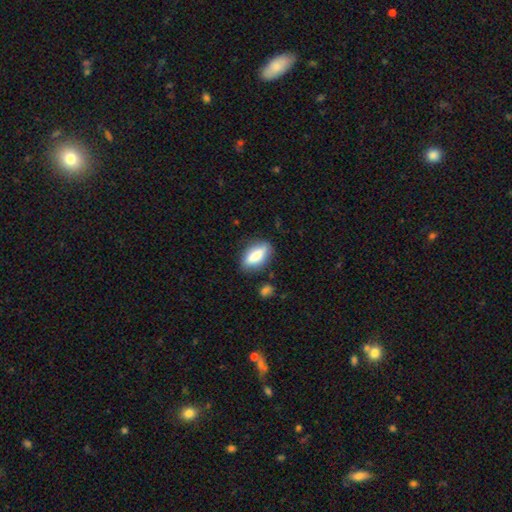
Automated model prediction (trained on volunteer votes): A smooth galaxy with no disk features (77%) that is in between round and cigar-shaped (76%). Merging: none (80%).